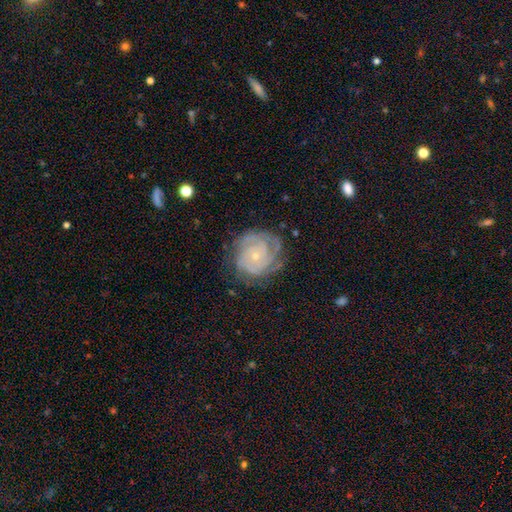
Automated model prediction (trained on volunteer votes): featured or disk 84%, smooth 10%, star or artifact 6%. Down the decision tree: edge-on disk — no (98%); bar — no (81%); spiral arms — yes (96%); spiral arm count — 3 (27%, tied with can't tell); spiral winding — tight (75%); bulge size — small (80%); merging — none (73%).